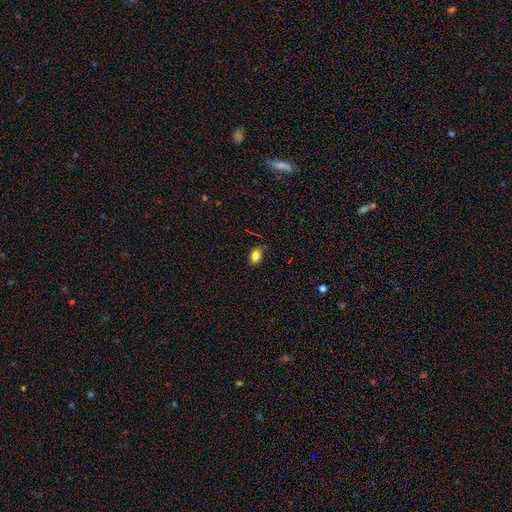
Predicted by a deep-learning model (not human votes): This is possibly a smooth galaxy (49%). Merging: likely none (73%).